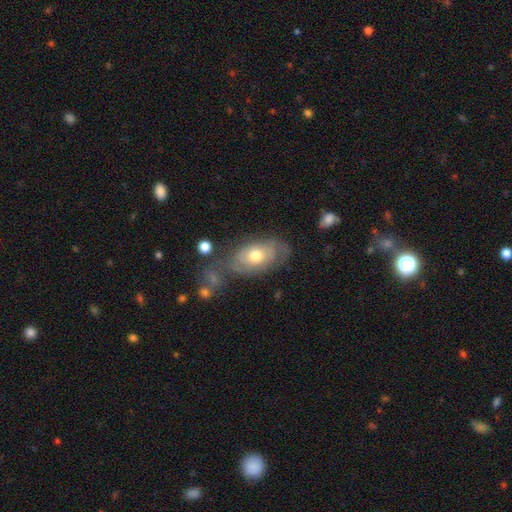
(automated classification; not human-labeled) Smooth or featured?
  - featured or disk: 54% *
  - smooth: 39%
  - star or artifact: 7%
Edge-on disk?
  - no: 92% *
  - yes: 8%
Merging?
  - none: 50% *
  - minor disturbance: 25%
  - major disturbance: 16%
  - merger: 10%